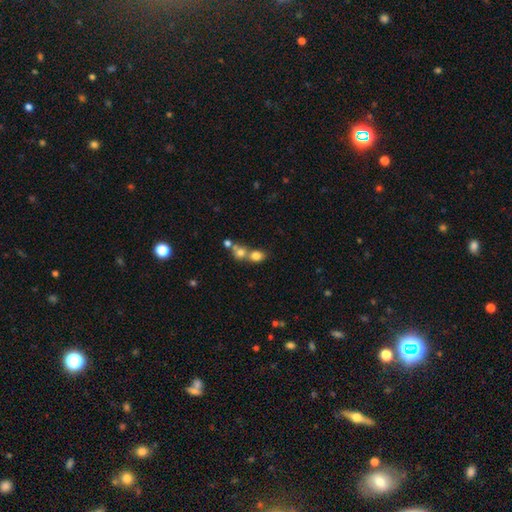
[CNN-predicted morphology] This appears to be a smooth galaxy with no disk features (75%) that is round (60%). Merging: merger (52%).